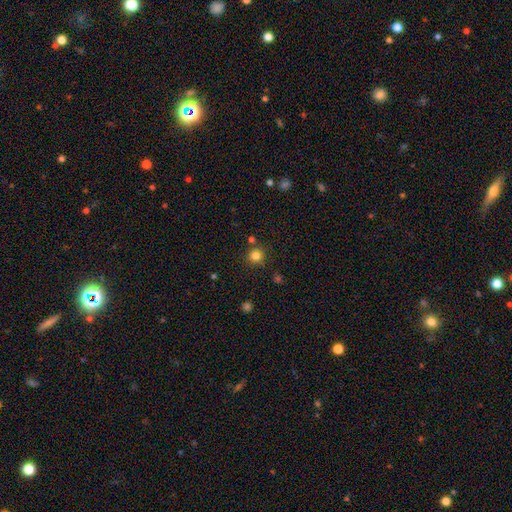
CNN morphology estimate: A smooth galaxy with no disk features (81%) that is round (93%). Merging: none (84%).